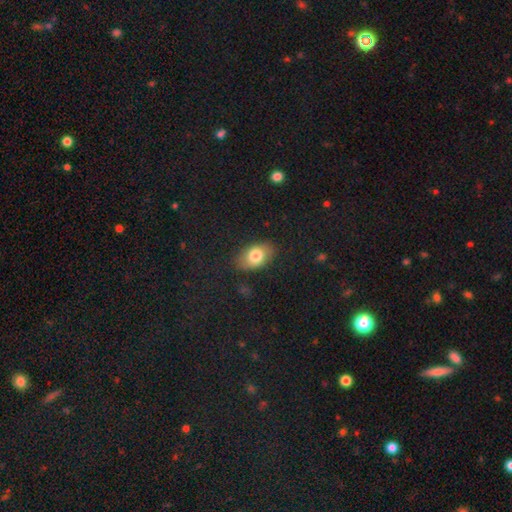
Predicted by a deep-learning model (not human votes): smooth 79%, featured or disk 13%, star or artifact 8%. Down the decision tree: how rounded — in between (86%); merging — none (82%).